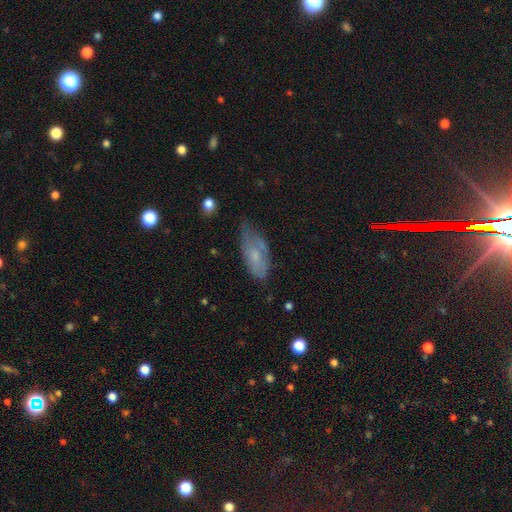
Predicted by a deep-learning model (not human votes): Q: Smooth or featured?
A: smooth (59%); runner-up: featured or disk (32%)
Q: How rounded?
A: in between (84%); runner-up: cigar-shaped (14%)
Q: Merging?
A: none (50%); runner-up: minor disturbance (34%)